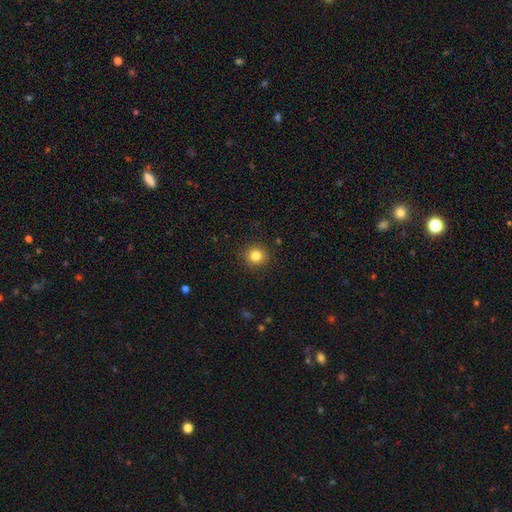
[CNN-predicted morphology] This appears to be a smooth galaxy with no disk features (82%) that is round (93%). Merging: none (91%).